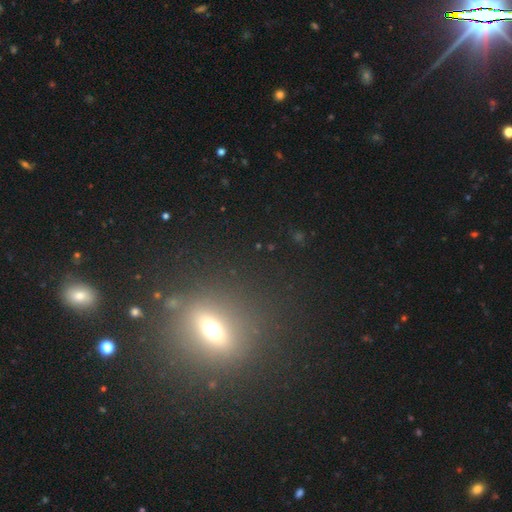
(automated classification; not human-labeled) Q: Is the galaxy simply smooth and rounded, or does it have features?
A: featured or disk — 37%.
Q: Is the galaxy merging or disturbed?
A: none — 85%.